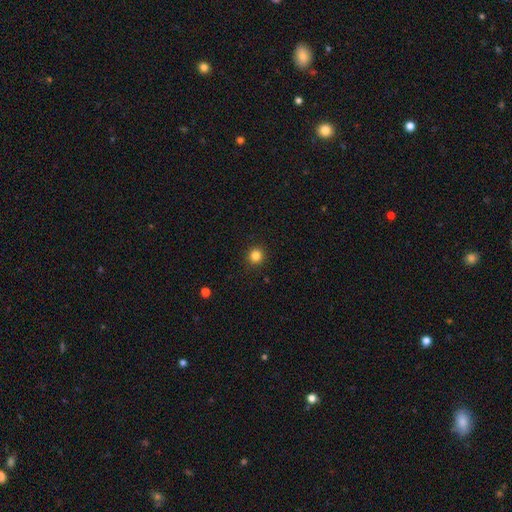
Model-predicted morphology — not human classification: This appears to be a smooth galaxy with no disk features (84%) that is round (93%). Merging: none (92%).